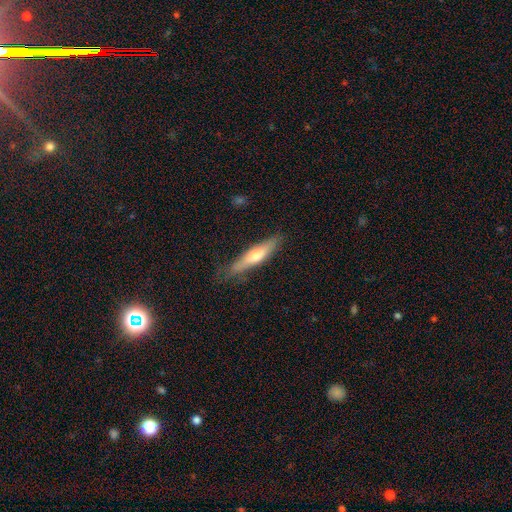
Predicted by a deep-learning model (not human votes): Smooth or featured: smooth — 51% (featured or disk — 42%)
How rounded: cigar-shaped — 82% (in between — 16%)
Merging: none — 76% (minor disturbance — 19%)